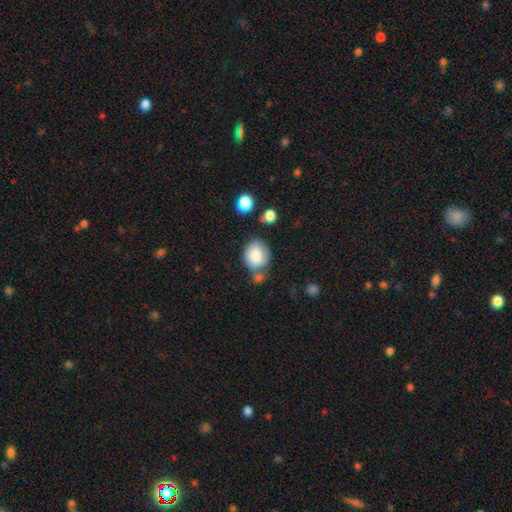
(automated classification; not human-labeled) smooth-or-featured: smooth: 79% | featured or disk: 13% | star or artifact: 8%
  how-rounded: round: 57% | in between: 42% | cigar-shaped: 1%
  merging: none: 51% | minor disturbance: 21% | merger: 20% | major disturbance: 8%